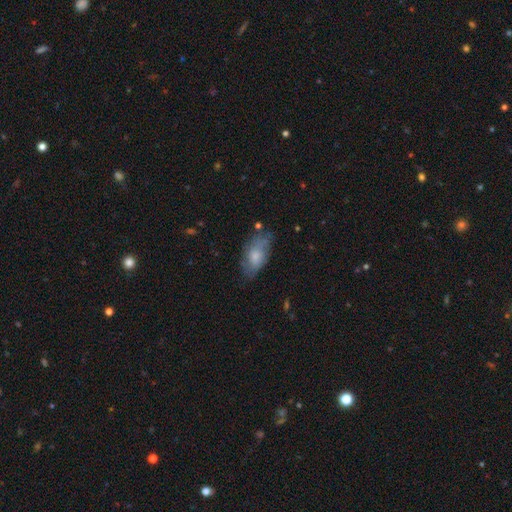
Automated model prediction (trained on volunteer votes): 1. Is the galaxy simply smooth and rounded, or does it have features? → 62% smooth, 31% featured or disk, 7% star or artifact.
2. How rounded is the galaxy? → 90% in between, 7% cigar-shaped, 4% round.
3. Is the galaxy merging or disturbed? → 61% none, 27% minor disturbance, 9% major disturbance, 3% merger.